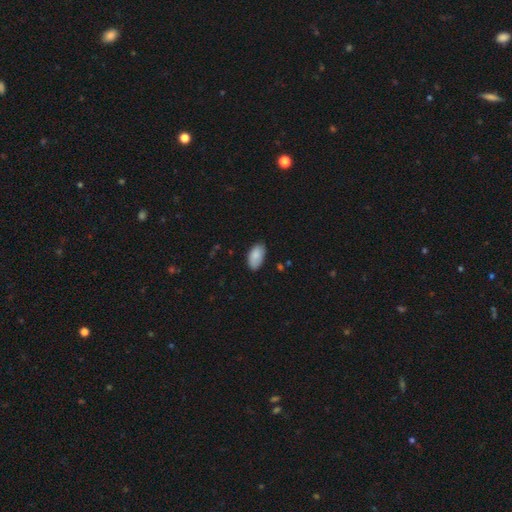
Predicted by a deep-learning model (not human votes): smooth 87%, featured or disk 7%, star or artifact 6%. Down the decision tree: how rounded — in between (95%); merging — none (79%).